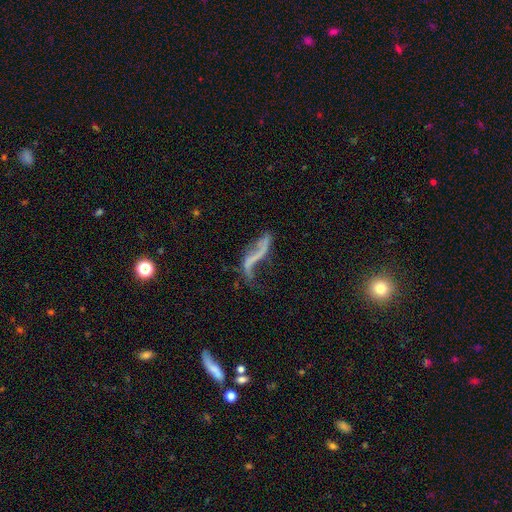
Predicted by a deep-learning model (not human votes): The model was most divided on "merging": none: 39%, major disturbance: 30%, minor disturbance: 20%, merger: 11%. Remaining: edge-on disk — no (84%); bulge size — none (74%); smooth or featured — featured or disk (70%); spiral arms — yes (68%); bar — no (47%).